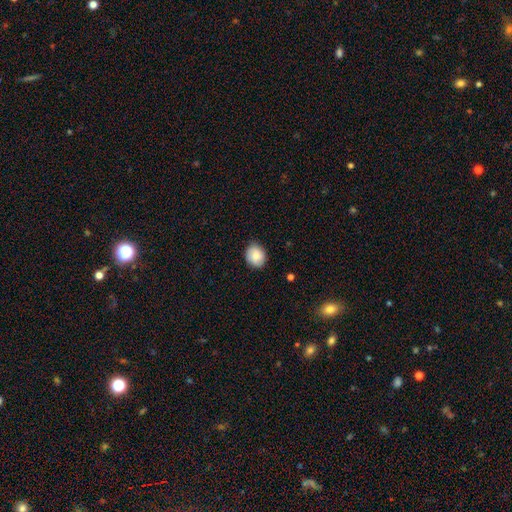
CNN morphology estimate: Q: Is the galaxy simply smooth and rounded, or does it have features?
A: smooth — 82%.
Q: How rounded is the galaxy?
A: round — 55%.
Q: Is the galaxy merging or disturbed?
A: none — 82%.